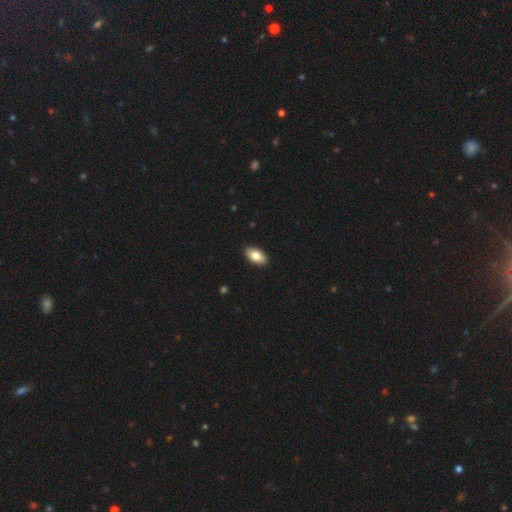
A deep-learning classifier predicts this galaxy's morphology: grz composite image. It shows a smooth galaxy with no disk features (83%) that is in between round and cigar-shaped (94%). Merging: none (91%).